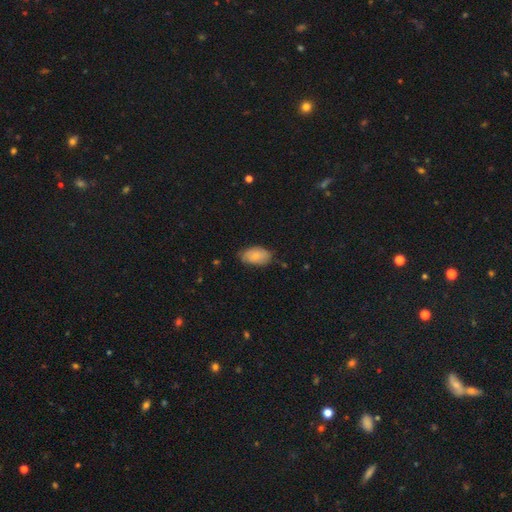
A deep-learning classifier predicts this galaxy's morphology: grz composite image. It shows a smooth galaxy with no disk features (77%) that is in between round and cigar-shaped (93%). Merging: none (70%).